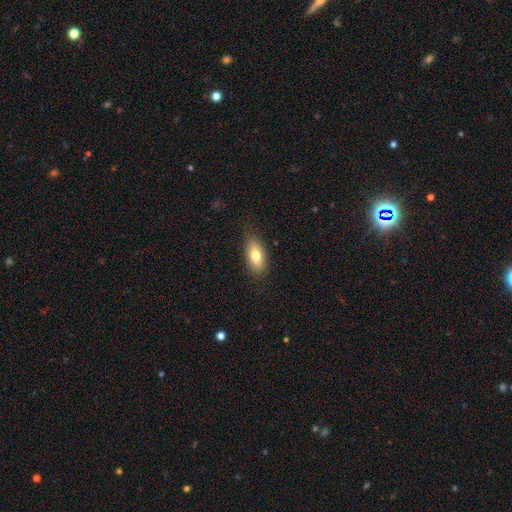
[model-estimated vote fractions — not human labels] Overall: smooth (78%). How rounded: in between (85%). Merging: none (82%).